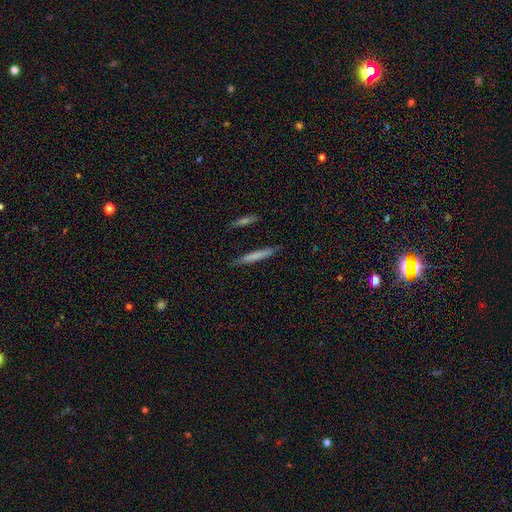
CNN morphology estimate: Overall: smooth (67%). How rounded: cigar-shaped (95%). Merging: none (85%).